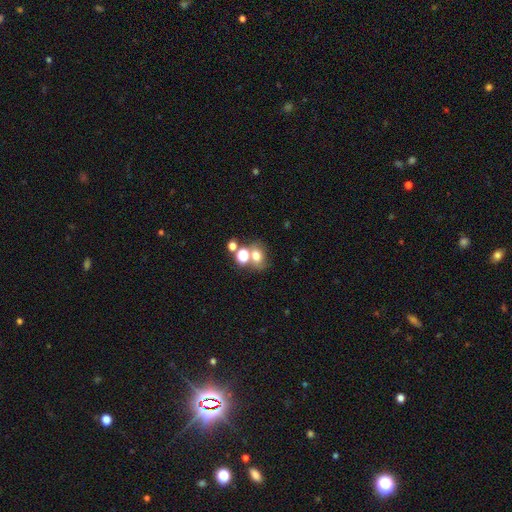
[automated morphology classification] Q: Smooth or featured?
A: smooth (67%); runner-up: star or artifact (19%)
Q: How rounded?
A: round (55%); runner-up: in between (44%)
Q: Merging?
A: none (48%); runner-up: merger (36%)